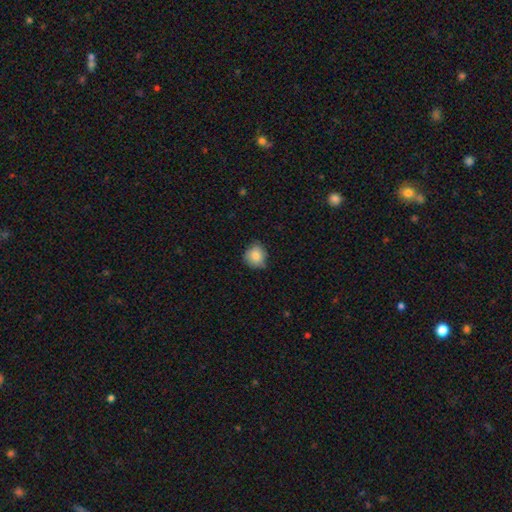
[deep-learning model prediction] A smooth galaxy with no disk features (83%) that is round (85%).

Vote fractions:
- Smooth or featured? smooth: 83% / star or artifact: 9% / featured or disk: 8%
- How rounded? round: 85% / in between: 14% / cigar-shaped: 1%
- Merging? none: 71% / minor disturbance: 25% / major disturbance: 3% / merger: 1%